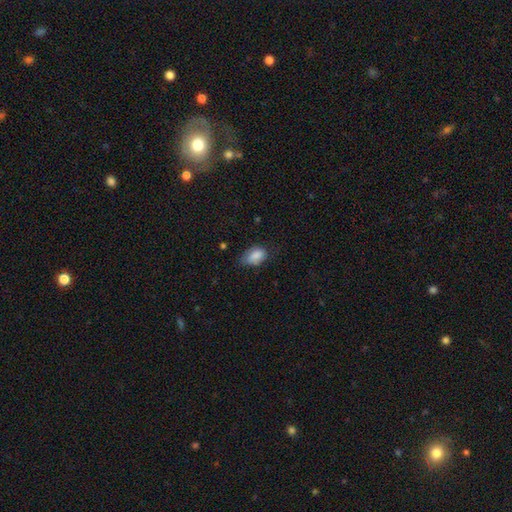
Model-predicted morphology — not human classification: A smooth galaxy with no disk features (83%) that is in between round and cigar-shaped (88%). Merging: none (55%).